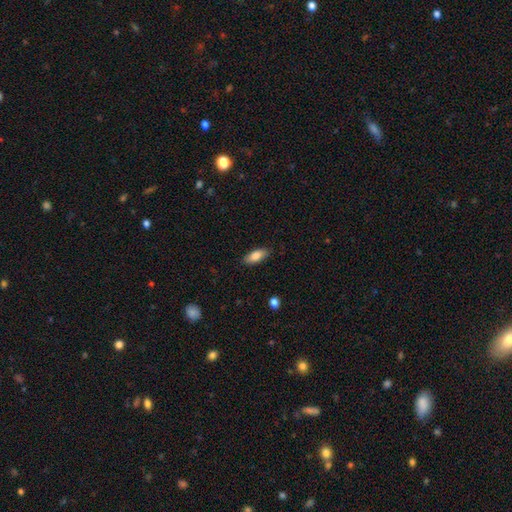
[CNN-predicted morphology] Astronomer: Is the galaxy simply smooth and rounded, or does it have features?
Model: smooth — 83%.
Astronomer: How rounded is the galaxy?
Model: in between — 82%.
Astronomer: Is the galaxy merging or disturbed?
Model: none — 86%.